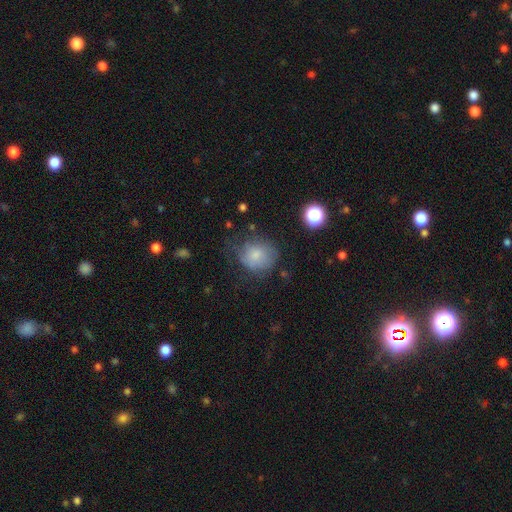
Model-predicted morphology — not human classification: Smooth or featured: smooth — 71% (featured or disk — 18%)
How rounded: round — 70% (in between — 29%)
Merging: none — 49% (minor disturbance — 29%)